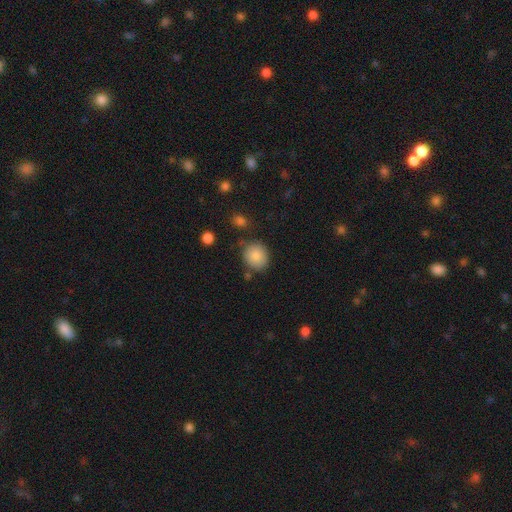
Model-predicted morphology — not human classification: Smooth or featured? Predicted: smooth (p=0.83). How rounded? Predicted: round (p=0.79). Merging? Predicted: none (p=0.77).